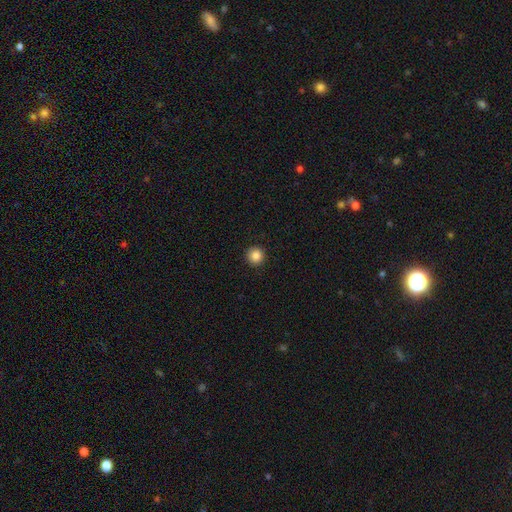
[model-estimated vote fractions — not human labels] Smooth or featured? Predicted: smooth (p=0.86). How rounded? Predicted: round (p=0.96). Merging? Predicted: none (p=0.93).